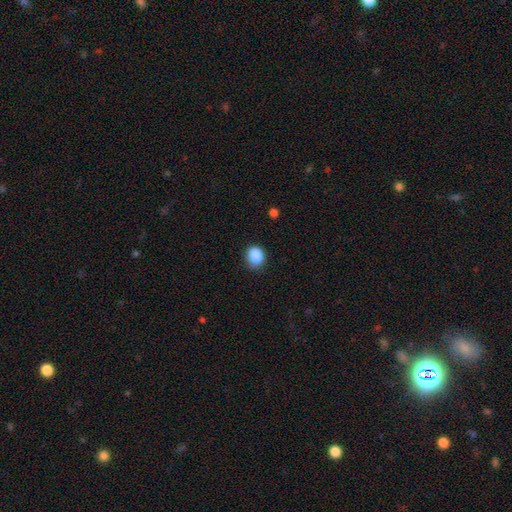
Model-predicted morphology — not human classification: smooth_or_featured: smooth (p=0.87) [alt: star or artifact p=0.09]
how_rounded: round (p=0.61) [alt: in between p=0.38]
merging: none (p=0.83) [alt: minor disturbance p=0.13]